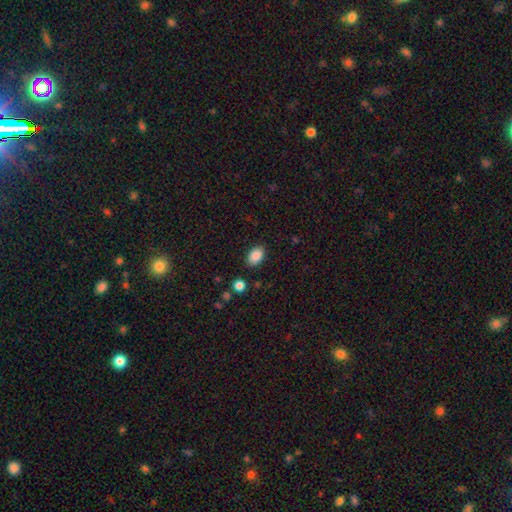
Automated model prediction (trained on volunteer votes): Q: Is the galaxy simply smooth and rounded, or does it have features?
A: smooth — 87%.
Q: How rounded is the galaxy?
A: in between — 87%.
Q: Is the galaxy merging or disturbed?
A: none — 85%.